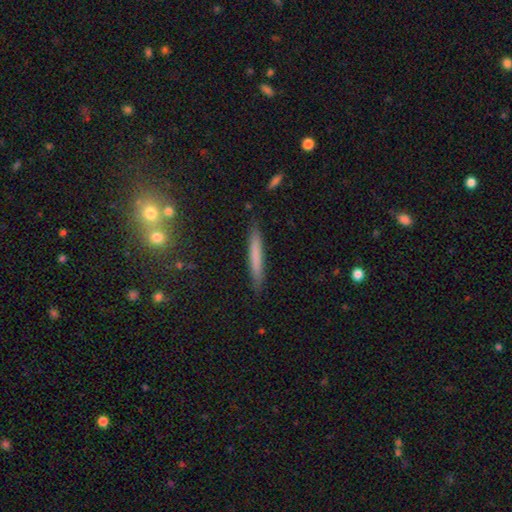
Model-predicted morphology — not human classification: This is likely a smooth galaxy (69%). How rounded: clearly cigar-shaped (96%). Merging: clearly none (88%).